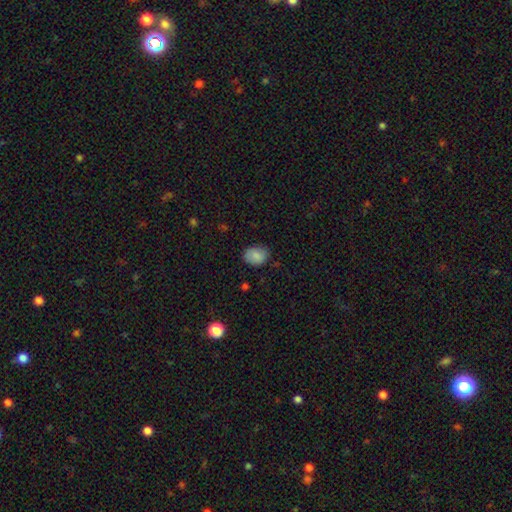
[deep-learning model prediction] Morphology: type=smooth (85%); roundness=in between (62%); merging=none (76%).